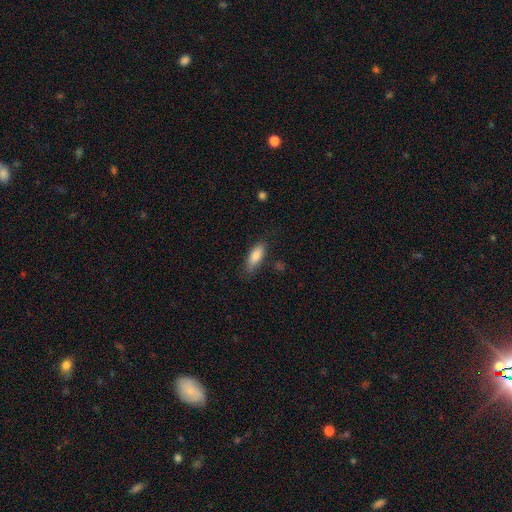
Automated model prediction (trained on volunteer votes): smooth-or-featured: smooth: 82% | featured or disk: 11% | star or artifact: 7%
  how-rounded: in between: 70% | cigar-shaped: 28% | round: 2%
  merging: none: 77% | minor disturbance: 17% | major disturbance: 4% | merger: 2%